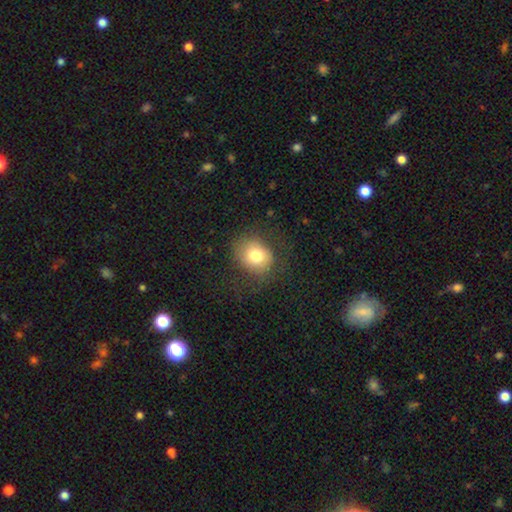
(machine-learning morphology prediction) smooth-or-featured: smooth: 77% | featured or disk: 12% | star or artifact: 10%
  how-rounded: round: 60% | in between: 39% | cigar-shaped: 1%
  merging: none: 70% | minor disturbance: 17% | major disturbance: 11% | merger: 1%